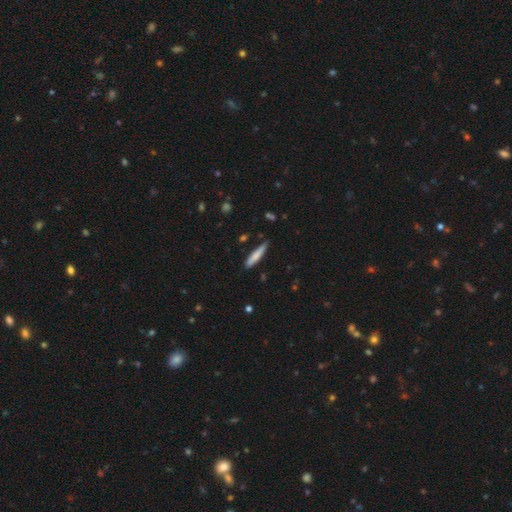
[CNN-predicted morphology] This is likely a smooth galaxy (75%). How rounded: clearly cigar-shaped (90%). Merging: clearly none (82%).